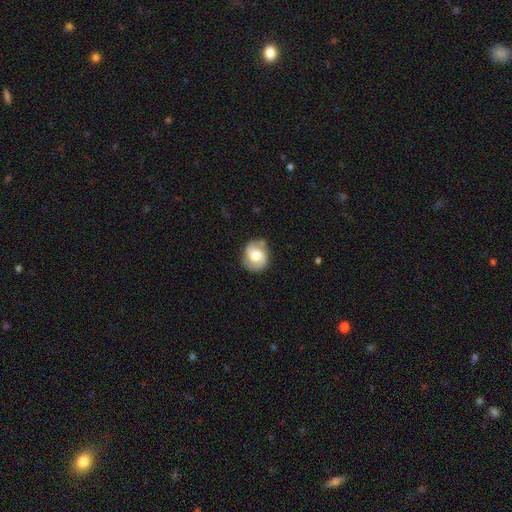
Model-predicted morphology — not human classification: This appears to be a featured or disk galaxy (66%) with no bar (52%), 2 (88%) medium (47%) spiral arms (92%) and a moderate central bulge (51%). Merging: none (76%).